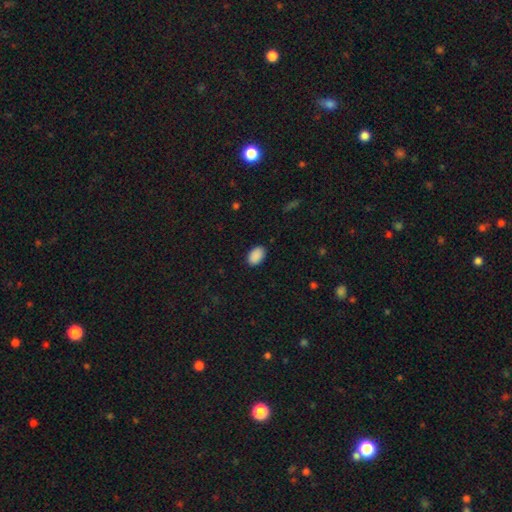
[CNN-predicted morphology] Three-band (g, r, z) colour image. It shows a smooth galaxy with no disk features (90%) that is in between round and cigar-shaped (89%). Merging: none (88%).